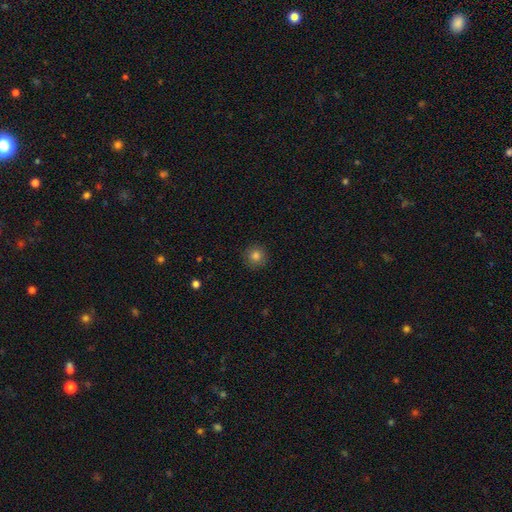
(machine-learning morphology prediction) type=smooth (82%); roundness=round (95%); merging=none (91%).